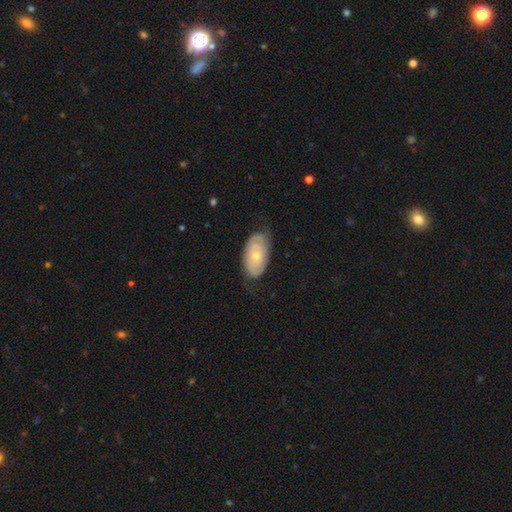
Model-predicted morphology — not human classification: A featured or disk galaxy (63%) with no bar (82%), spiral arms (73%) and a moderate central bulge (48%, tied with small).

Vote fractions:
- Smooth or featured? featured or disk: 63% / smooth: 31% / star or artifact: 5%
- Edge-on disk? no: 93% / yes: 7%
- Bar? no: 82% / weak: 15% / strong: 3%
- Spiral arms? yes: 73% / no: 27%
- Bulge size? moderate: 48% (tied) / small: 48% (tied) / large: 2% / none: 1% / dominant: 1%
- Merging? none: 65% / minor disturbance: 26% / major disturbance: 8% / merger: 1%